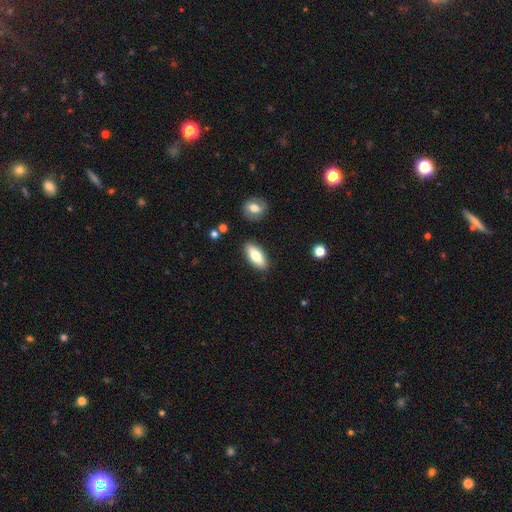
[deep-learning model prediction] Overall: smooth (73%). How rounded: in between (77%). Merging: none (87%).